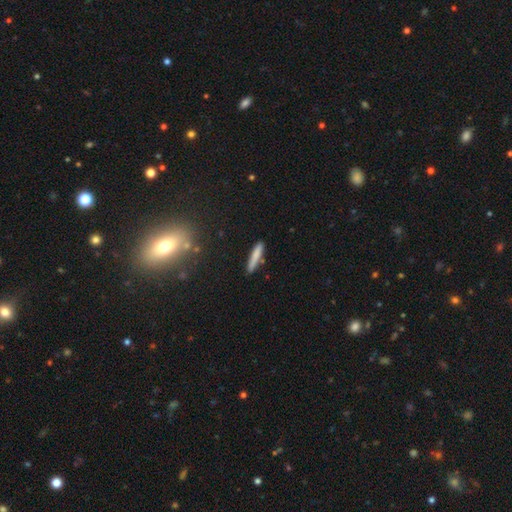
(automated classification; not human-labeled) smooth_or_featured: smooth (p=0.79) [alt: featured or disk p=0.14]
how_rounded: cigar-shaped (p=0.91) [alt: in between p=0.07]
merging: none (p=0.85) [alt: minor disturbance p=0.10]